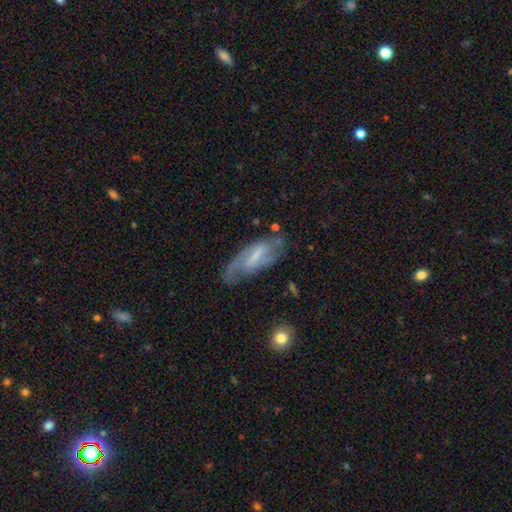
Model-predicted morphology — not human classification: A featured or disk galaxy (74%) with a weak bar (47%), 2 (66%) medium (45%) spiral arms (86%) and a small central bulge (44%).

Vote fractions:
- Smooth or featured? featured or disk: 74% / smooth: 19% / star or artifact: 7%
- Edge-on disk? no: 88% / yes: 12%
- Bar? weak: 47% / strong: 35% / no: 18%
- Spiral arms? yes: 86% / no: 14%
- Spiral winding? medium: 45% / tight: 28% / loose: 27%
- Spiral arm count? 2: 66% / can't tell: 18% / 1: 10% / 3: 4% / 4: 1% / more than 4: 1%
- Bulge size? small: 44% / moderate: 27% / none: 24% / large: 3% / dominant: 1%
- Merging? none: 61% / minor disturbance: 23% / major disturbance: 13% / merger: 3%